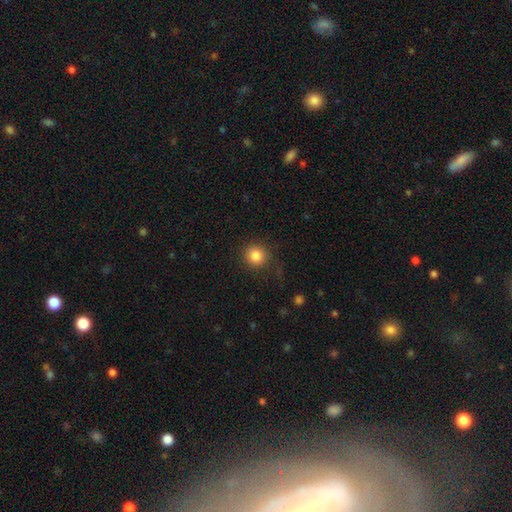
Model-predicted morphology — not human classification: Smooth or featured? smooth (85%)
How rounded? round (93%)
Merging? none (86%)